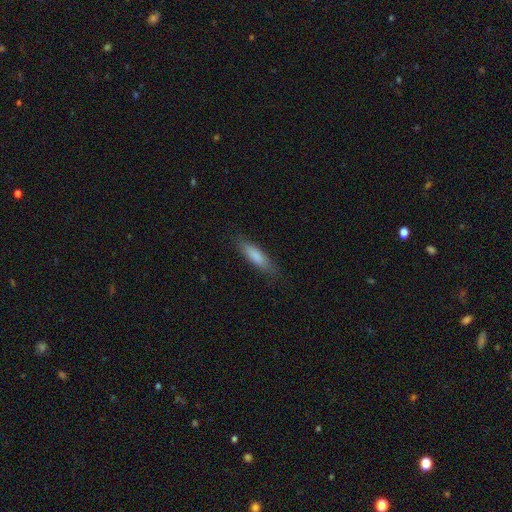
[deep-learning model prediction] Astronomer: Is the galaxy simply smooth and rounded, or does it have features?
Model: smooth — 83%.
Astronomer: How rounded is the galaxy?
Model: cigar-shaped — 68%.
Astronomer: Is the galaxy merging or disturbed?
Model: none — 83%.